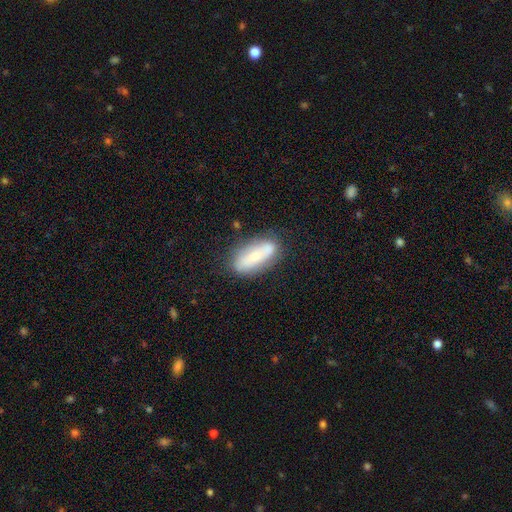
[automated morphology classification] Smooth or featured: smooth — 47% (featured or disk — 46%)
Merging: none — 73% (minor disturbance — 17%)